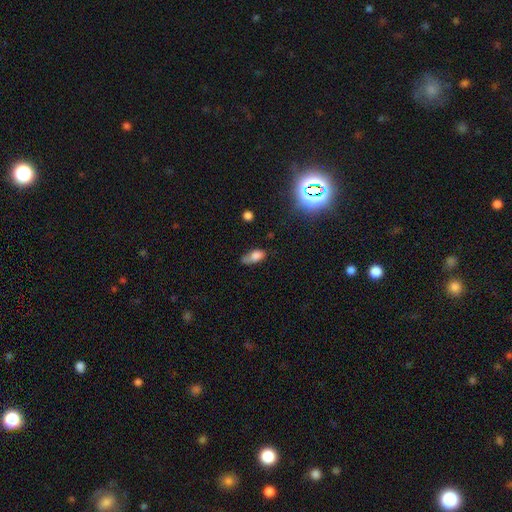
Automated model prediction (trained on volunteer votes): smooth 75%, featured or disk 14%, star or artifact 11%. Down the decision tree: how rounded — in between (87%); merging — none (42%).